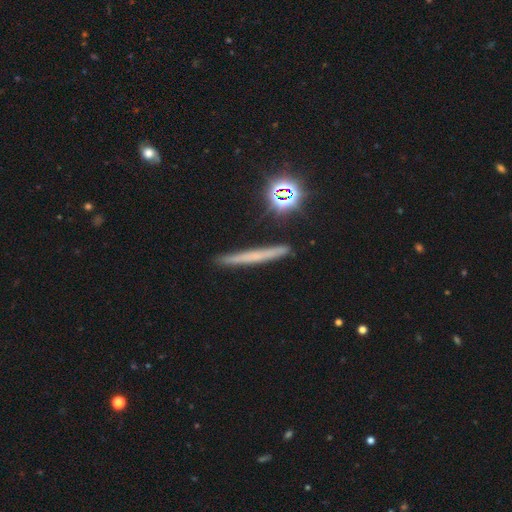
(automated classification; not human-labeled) Morphology: type=smooth (44%); merging=none (87%).